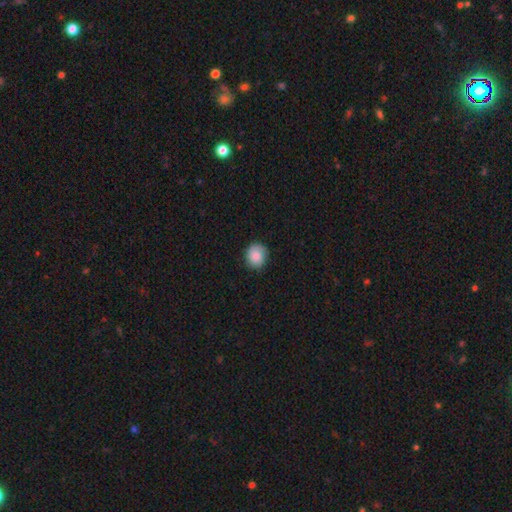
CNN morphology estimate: This appears to be a smooth galaxy with no disk features (79%) that is round (79%). Merging: none (76%).